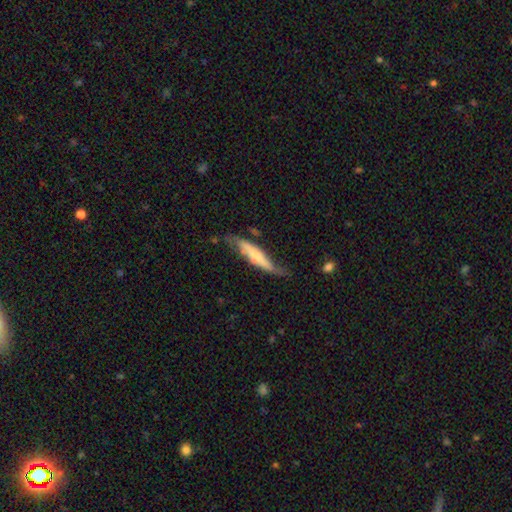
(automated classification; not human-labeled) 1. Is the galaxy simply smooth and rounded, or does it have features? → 47% featured or disk (tied), 47% smooth (tied), 6% star or artifact.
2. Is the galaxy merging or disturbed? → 46% none, 34% minor disturbance, 14% major disturbance, 5% merger.